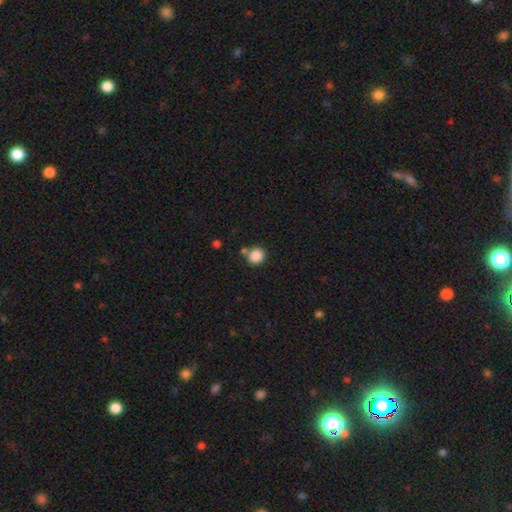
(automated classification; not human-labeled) Morphology: type=smooth (87%); roundness=round (80%); merging=none (74%).